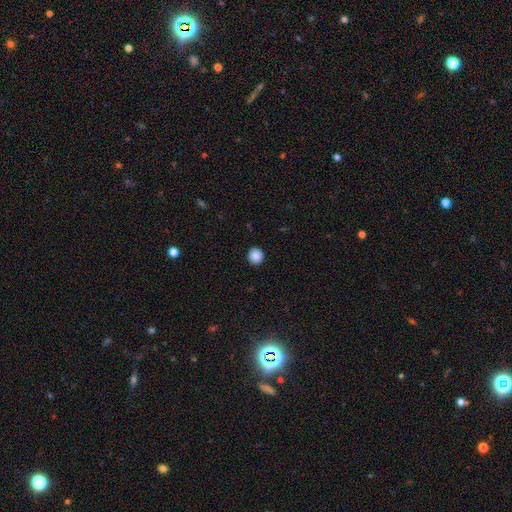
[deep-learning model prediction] The model was most divided on "smooth or featured": smooth: 88%, star or artifact: 9%, featured or disk: 3%. More confident: how rounded — round (93%); merging — none (93%).